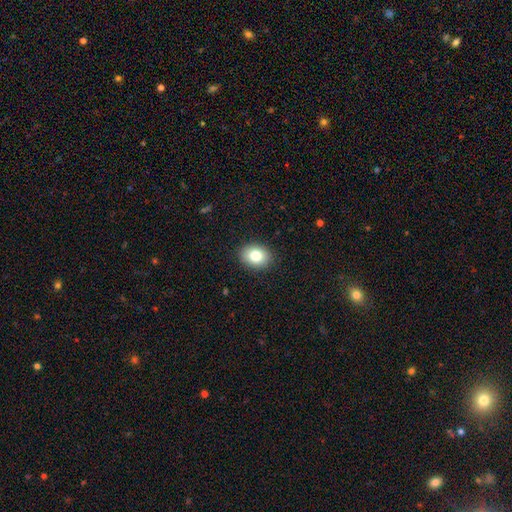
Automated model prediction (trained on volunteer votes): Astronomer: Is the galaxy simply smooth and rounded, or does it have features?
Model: smooth — 82%.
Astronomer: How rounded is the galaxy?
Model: in between — 62% (runner-up: round, 37%).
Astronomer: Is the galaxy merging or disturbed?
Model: none — 90%.